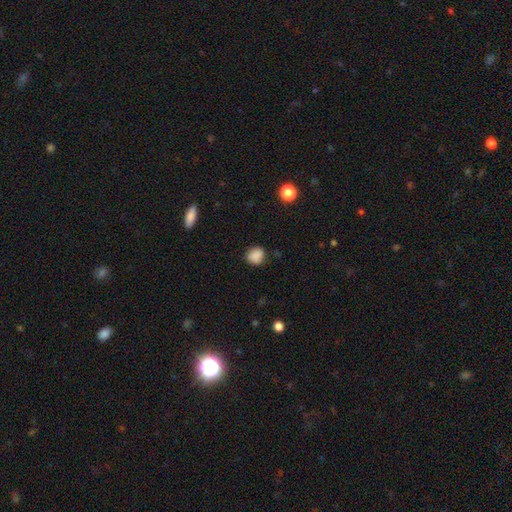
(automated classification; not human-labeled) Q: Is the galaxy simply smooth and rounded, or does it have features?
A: smooth — 85%.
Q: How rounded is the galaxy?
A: round — 74%.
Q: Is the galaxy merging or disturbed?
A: none — 76%.